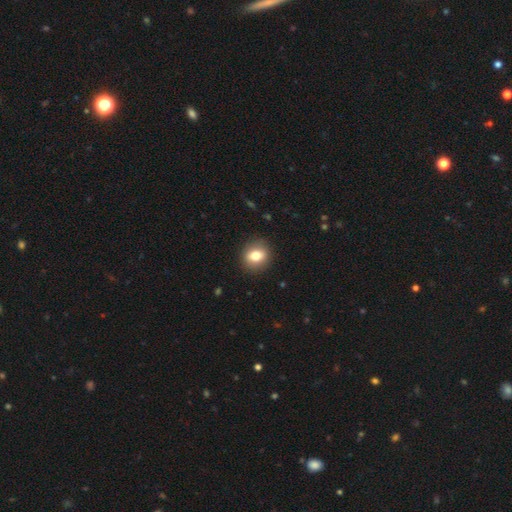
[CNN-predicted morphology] The model was most divided on "how rounded": round: 62%, in between: 36%, cigar-shaped: 1%. More confident: merging — none (89%); smooth or featured — smooth (78%).